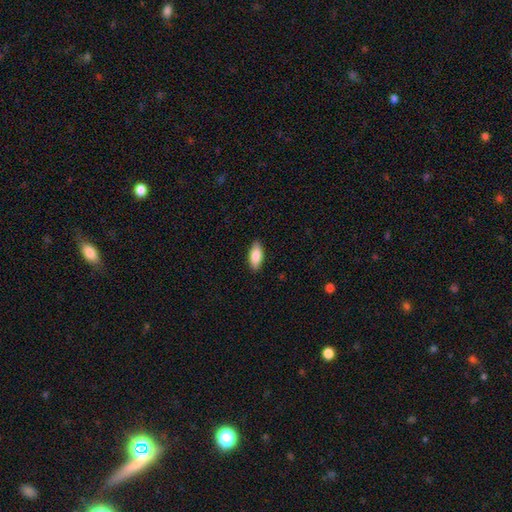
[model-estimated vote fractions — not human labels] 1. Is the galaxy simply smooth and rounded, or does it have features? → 85% smooth, 9% featured or disk, 6% star or artifact.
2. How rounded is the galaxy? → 84% in between, 14% cigar-shaped, 2% round.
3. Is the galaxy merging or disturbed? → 88% none, 9% minor disturbance, 2% major disturbance, 1% merger.